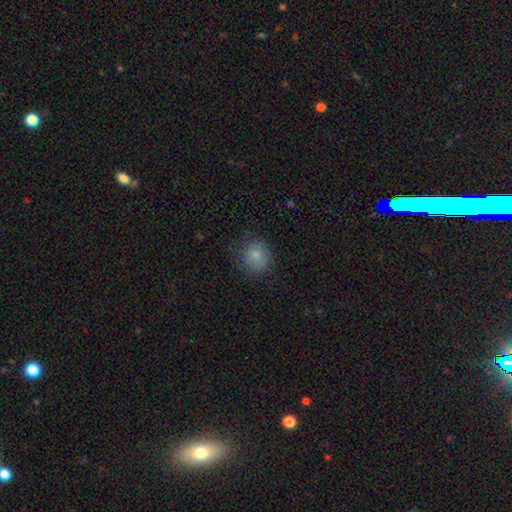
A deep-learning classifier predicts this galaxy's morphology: A smooth galaxy with no disk features (81%) that is round (87%). Merging: none (77%).